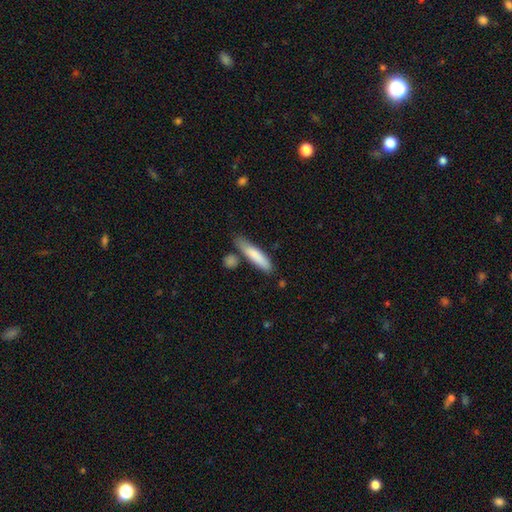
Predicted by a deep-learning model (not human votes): Smooth or featured?
  - smooth: 81% *
  - featured or disk: 13%
  - star or artifact: 5%
How rounded?
  - cigar-shaped: 80% *
  - in between: 18%
  - round: 2%
Merging?
  - none: 68% *
  - minor disturbance: 18%
  - merger: 9%
  - major disturbance: 5%